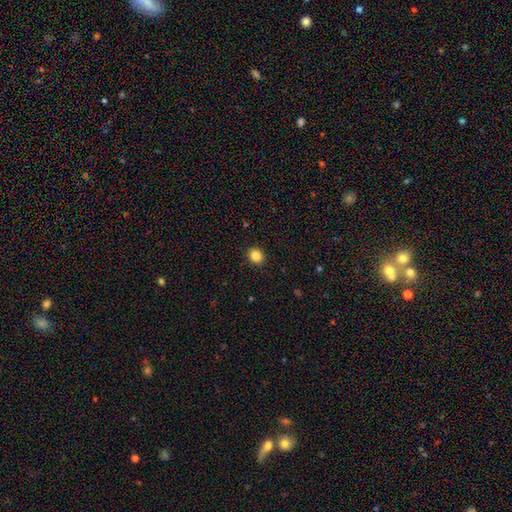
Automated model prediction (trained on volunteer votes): The model was most divided on "how rounded": round: 68%, in between: 31%, cigar-shaped: 1%. More confident: merging — none (91%); smooth or featured — smooth (86%).